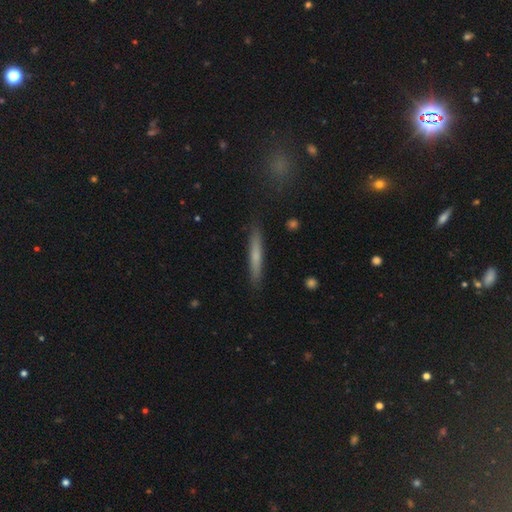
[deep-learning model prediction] smooth 61%, featured or disk 33%, star or artifact 6%. Down the decision tree: how rounded — cigar-shaped (95%); merging — none (89%).